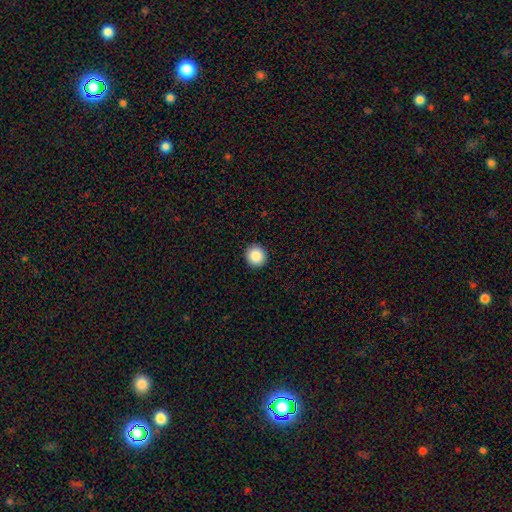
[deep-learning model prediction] smooth-or-featured: smooth: 87% | star or artifact: 9% | featured or disk: 4%
  how-rounded: round: 94% | in between: 5% | cigar-shaped: 1%
  merging: none: 93% | minor disturbance: 4% | major disturbance: 1% | merger: 1%